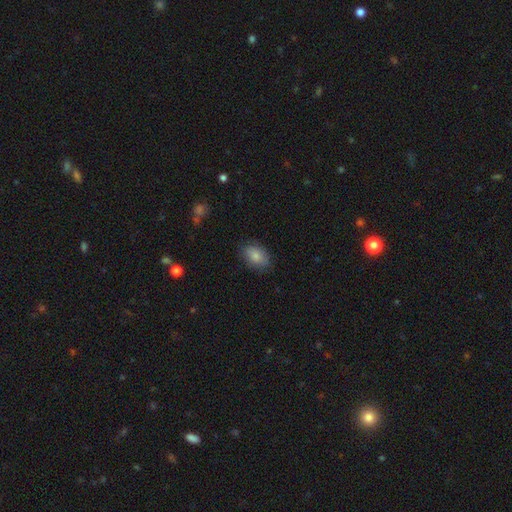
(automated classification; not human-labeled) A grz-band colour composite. It shows a smooth galaxy with no disk features (84%) that is in between round and cigar-shaped (85%). Merging: none (81%).